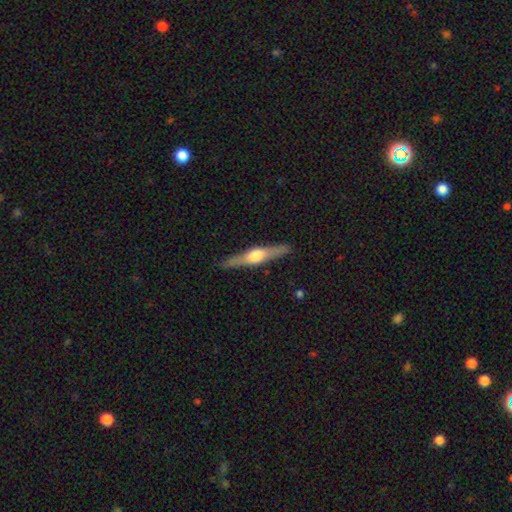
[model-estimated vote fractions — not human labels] A featured or disk galaxy (69%) viewed edge-on (96%) with a rounded central bulge (90%). Merging: none (88%).